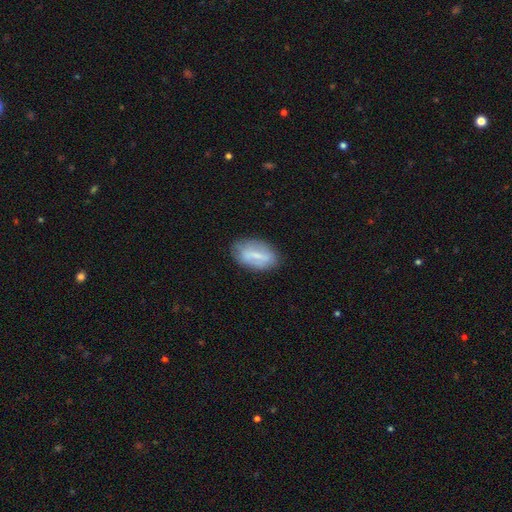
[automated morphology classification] type=smooth (54%); roundness=in between (90%); merging=none (74%).